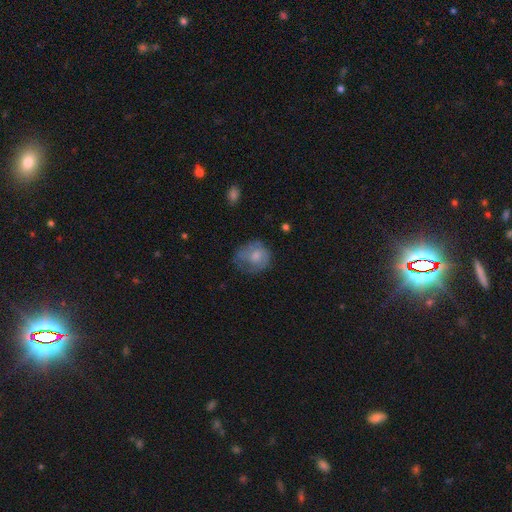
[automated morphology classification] smooth 62%, featured or disk 30%, star or artifact 8%. Down the decision tree: how rounded — round (65%); merging — none (48%).